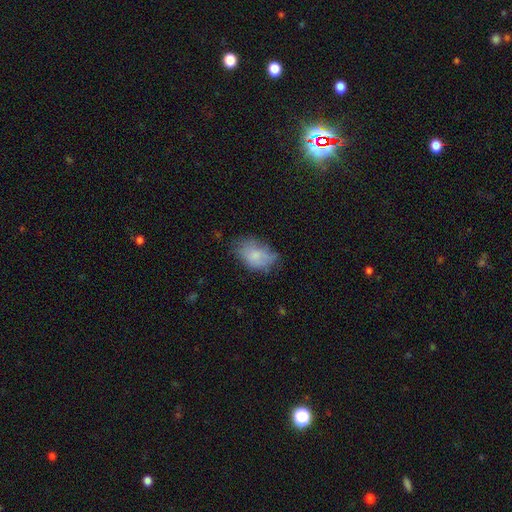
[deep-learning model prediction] Q: Smooth or featured?
A: smooth (75%); runner-up: featured or disk (16%)
Q: How rounded?
A: in between (83%); runner-up: round (16%)
Q: Merging?
A: none (49%); runner-up: minor disturbance (35%)